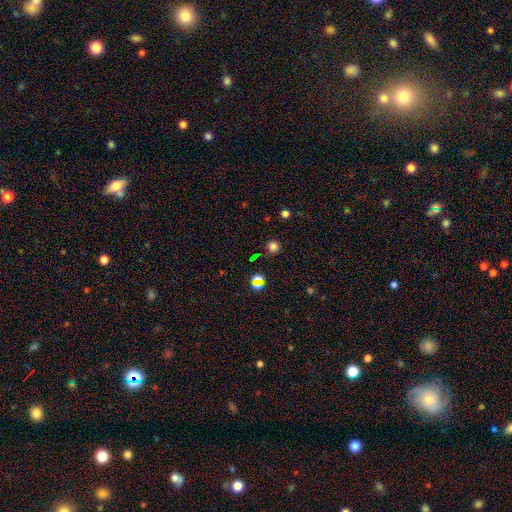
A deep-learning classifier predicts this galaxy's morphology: smooth-or-featured: smooth: 53% | star or artifact: 38% | featured or disk: 8%
  how-rounded: round: 85% | in between: 12% | cigar-shaped: 3%
  merging: none: 80% | minor disturbance: 9% | merger: 7% | major disturbance: 4%